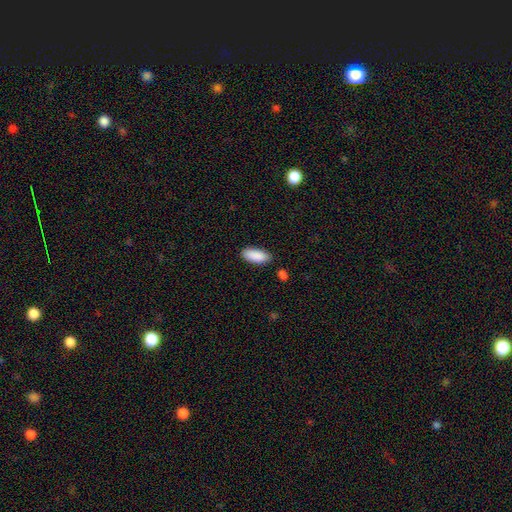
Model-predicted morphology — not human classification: This is clearly a smooth galaxy (90%). How rounded: clearly in between (86%). Merging: clearly none (83%).